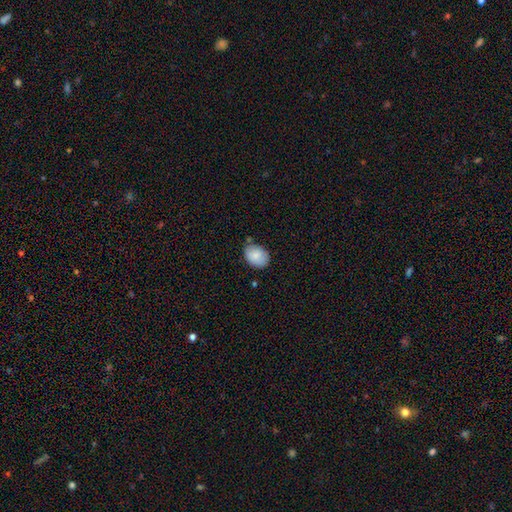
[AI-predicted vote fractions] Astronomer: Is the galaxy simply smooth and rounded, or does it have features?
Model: smooth — 85%.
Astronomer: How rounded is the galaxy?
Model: in between — 75%.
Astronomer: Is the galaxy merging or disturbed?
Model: none — 71%.